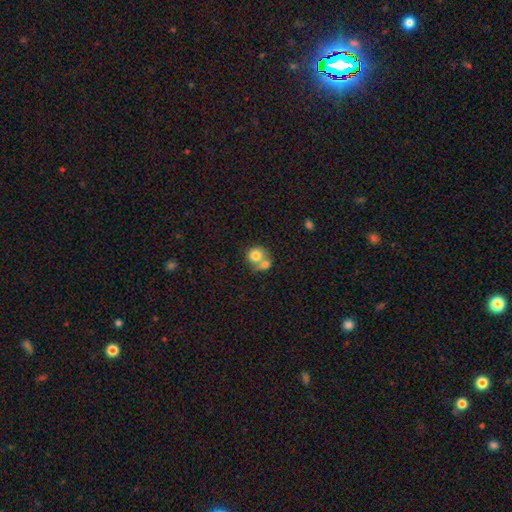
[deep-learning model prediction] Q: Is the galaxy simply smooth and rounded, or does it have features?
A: smooth — 76%.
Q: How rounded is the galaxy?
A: round — 78%.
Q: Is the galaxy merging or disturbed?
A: merger — 59%.